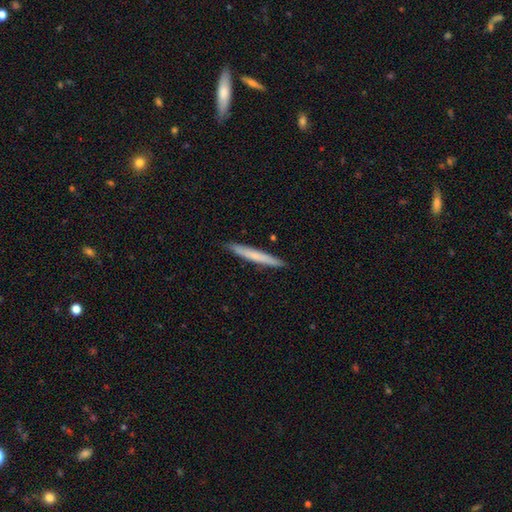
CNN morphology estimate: The model was most divided on "smooth or featured": smooth: 65%, featured or disk: 30%, star or artifact: 5%. More confident: how rounded — cigar-shaped (97%); merging — none (91%).